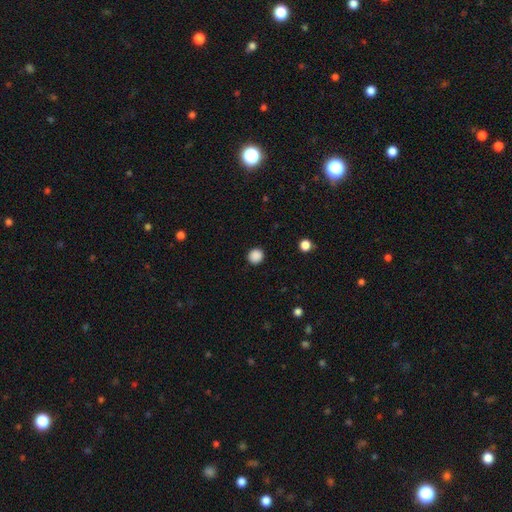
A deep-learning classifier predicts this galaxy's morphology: Smooth or featured: smooth — 87% (star or artifact — 10%)
How rounded: round — 90% (in between — 9%)
Merging: none — 91% (minor disturbance — 5%)